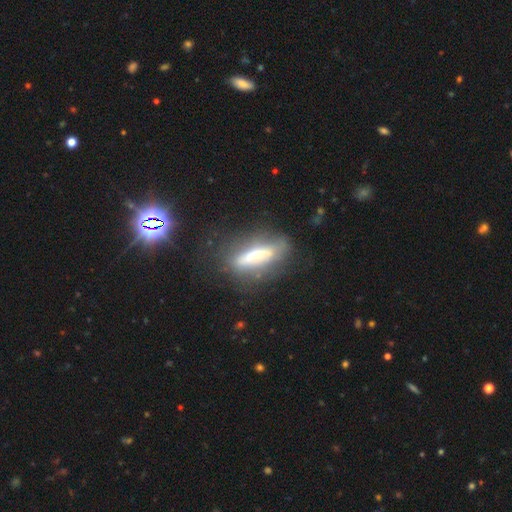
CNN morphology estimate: Smooth or featured: featured or disk — 51% (smooth — 41%)
Edge-on disk: yes — 53% (no — 47%)
Merging: none — 65% (minor disturbance — 19%)